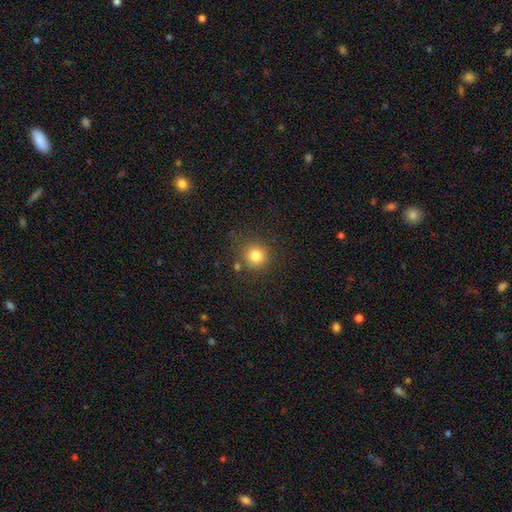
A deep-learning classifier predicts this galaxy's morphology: Smooth or featured?
  - smooth: 81% *
  - star or artifact: 13%
  - featured or disk: 7%
How rounded?
  - round: 92% *
  - in between: 7%
  - cigar-shaped: 1%
Merging?
  - none: 80% *
  - minor disturbance: 11%
  - merger: 5%
  - major disturbance: 4%